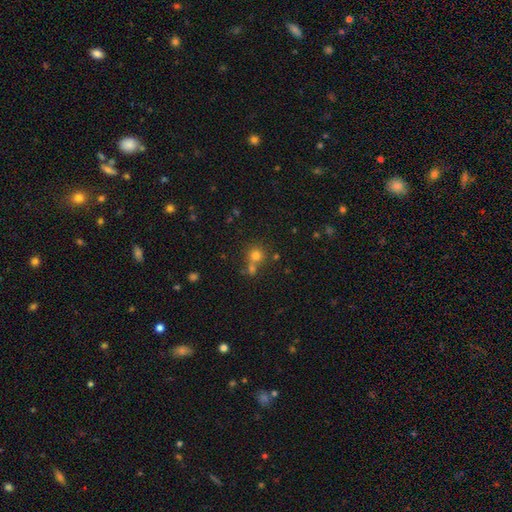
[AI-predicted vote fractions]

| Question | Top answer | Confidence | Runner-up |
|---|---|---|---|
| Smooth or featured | smooth | 73% | star or artifact (17%) |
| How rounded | round | 88% | in between (11%) |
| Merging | none | 53% | merger (35%) |